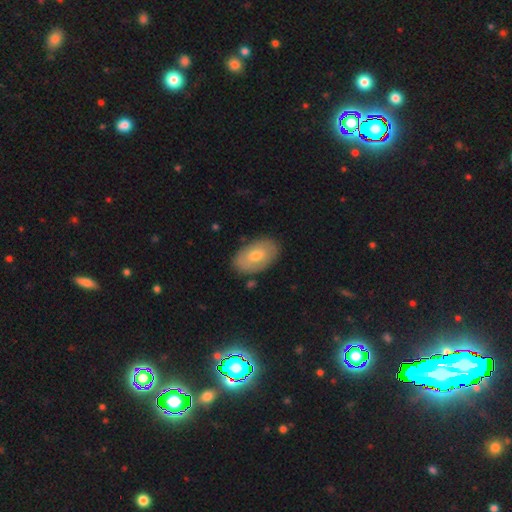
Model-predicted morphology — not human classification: smooth_or_featured: smooth (p=0.63) [alt: featured or disk p=0.30]
how_rounded: in between (p=0.92) [alt: round p=0.07]
merging: none (p=0.84) [alt: minor disturbance p=0.11]